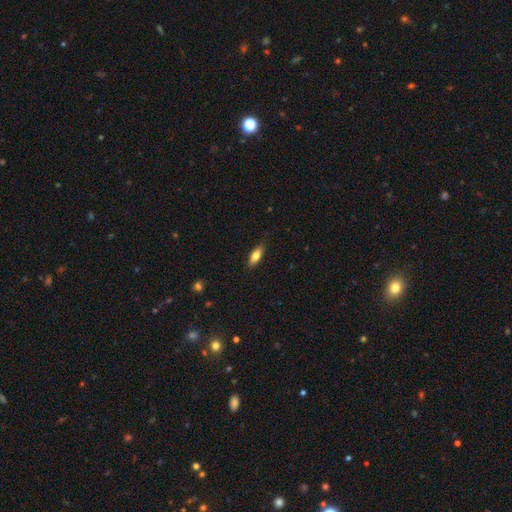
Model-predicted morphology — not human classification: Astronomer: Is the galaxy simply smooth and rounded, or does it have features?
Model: smooth — 72%.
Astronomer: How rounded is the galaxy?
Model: in between — 65%.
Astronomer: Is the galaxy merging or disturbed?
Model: none — 83%.